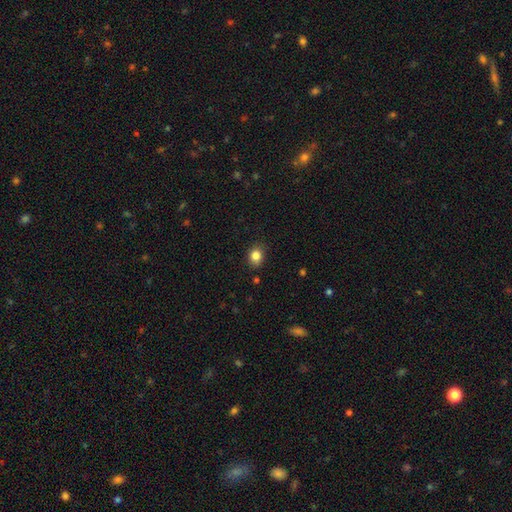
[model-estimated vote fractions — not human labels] This appears to be a smooth galaxy with no disk features (83%) that is round (55%). Merging: none (84%).